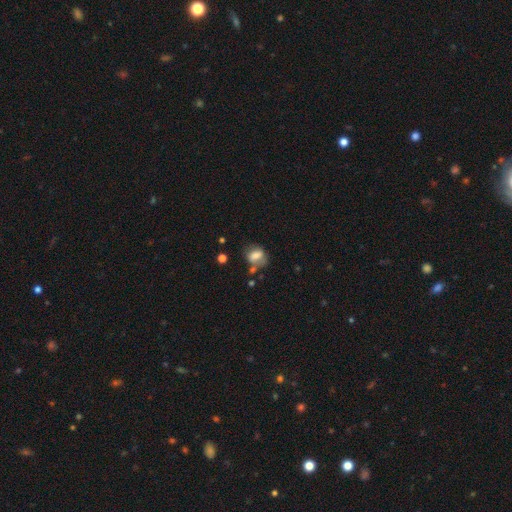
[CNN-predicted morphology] Q: Smooth or featured?
A: smooth (66%); runner-up: featured or disk (24%)
Q: How rounded?
A: in between (63%); runner-up: round (35%)
Q: Merging?
A: none (51%); runner-up: minor disturbance (24%)